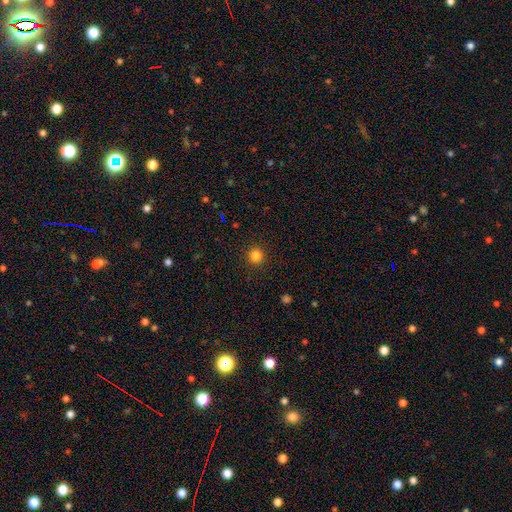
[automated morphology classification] Smooth or featured? smooth (83%)
How rounded? round (94%)
Merging? none (92%)